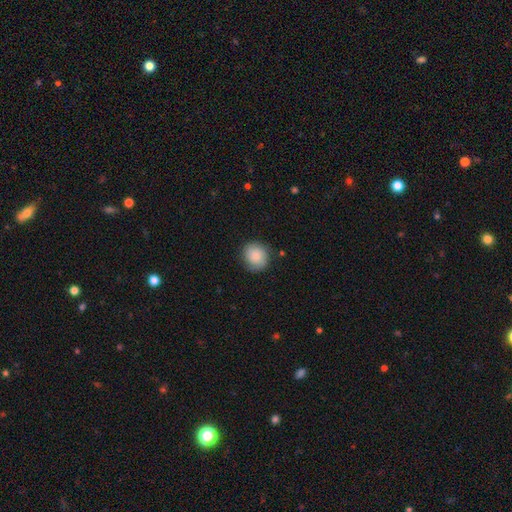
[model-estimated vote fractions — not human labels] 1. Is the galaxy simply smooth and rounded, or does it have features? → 85% smooth, 8% featured or disk, 7% star or artifact.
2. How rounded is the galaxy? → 84% round, 15% in between, 1% cigar-shaped.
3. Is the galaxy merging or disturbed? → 83% none, 12% minor disturbance, 3% major disturbance, 1% merger.